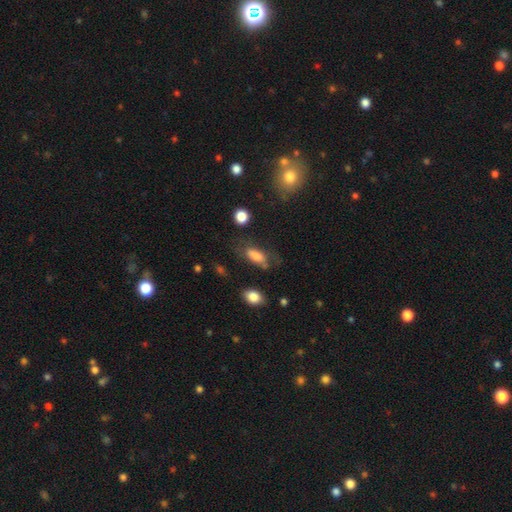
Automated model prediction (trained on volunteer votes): smooth 75%, featured or disk 15%, star or artifact 10%. Down the decision tree: how rounded — in between (78%); merging — none (54%).